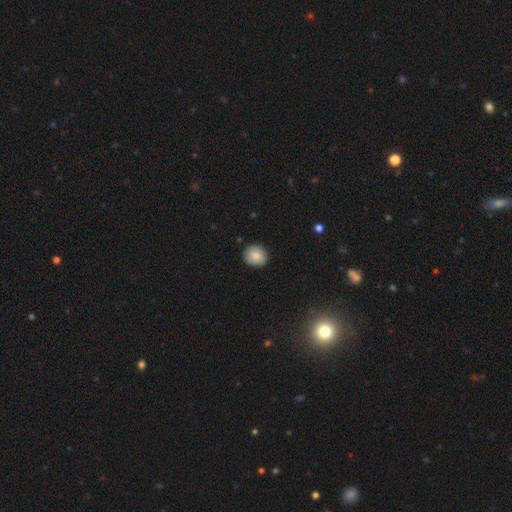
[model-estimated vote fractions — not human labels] This appears to be a smooth galaxy with no disk features (84%) that is round (75%). Merging: none (86%).